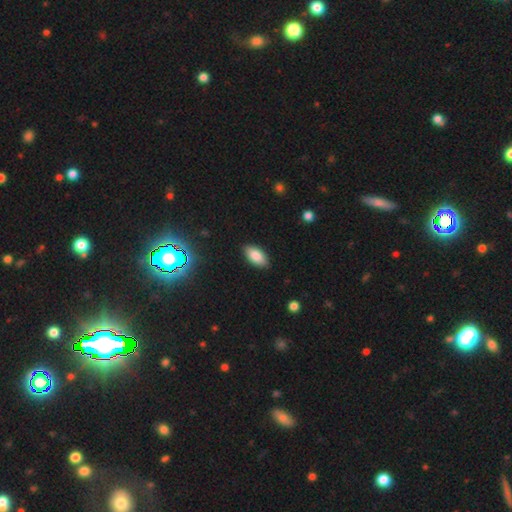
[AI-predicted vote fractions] Smooth or featured? Predicted: smooth (p=0.85). How rounded? Predicted: in between (p=0.93). Merging? Predicted: none (p=0.88).